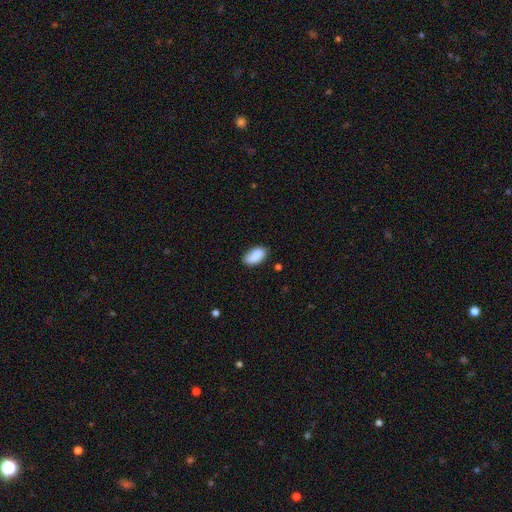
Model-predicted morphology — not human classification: A smooth galaxy with no disk features (87%) that is in between round and cigar-shaped (94%). Merging: none (73%).